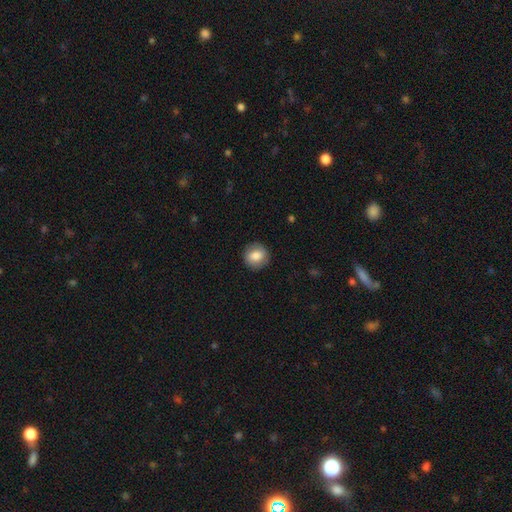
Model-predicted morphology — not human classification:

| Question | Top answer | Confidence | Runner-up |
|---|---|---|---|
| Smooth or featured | smooth | 81% | featured or disk (11%) |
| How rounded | round | 88% | in between (11%) |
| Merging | none | 89% | minor disturbance (8%) |